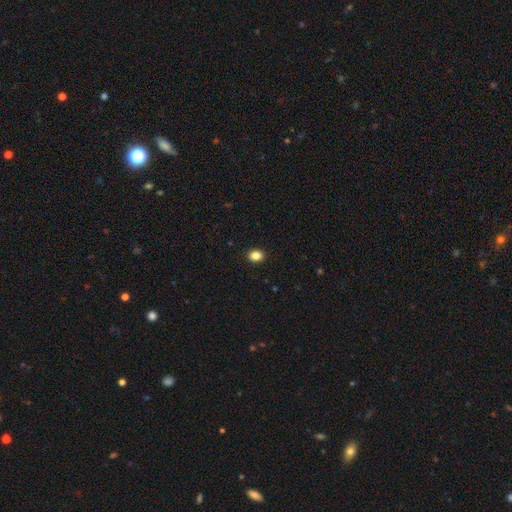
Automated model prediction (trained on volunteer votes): Smooth or featured? Predicted: smooth (p=0.86). How rounded? Predicted: round (p=0.57). Merging? Predicted: none (p=0.92).